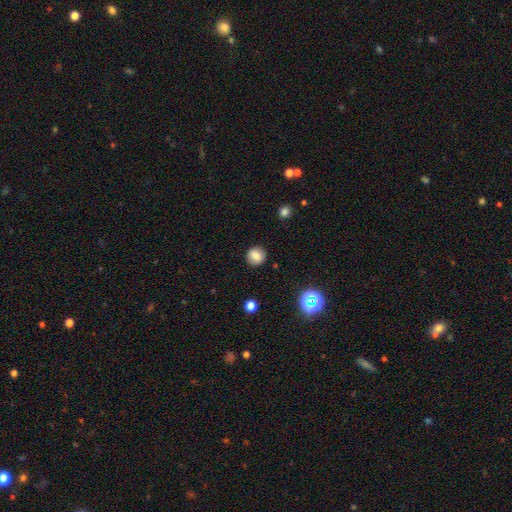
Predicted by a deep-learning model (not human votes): The model was most divided on "how rounded": round: 84%, in between: 15%, cigar-shaped: 1%. More confident: merging — none (88%); smooth or featured — smooth (80%).